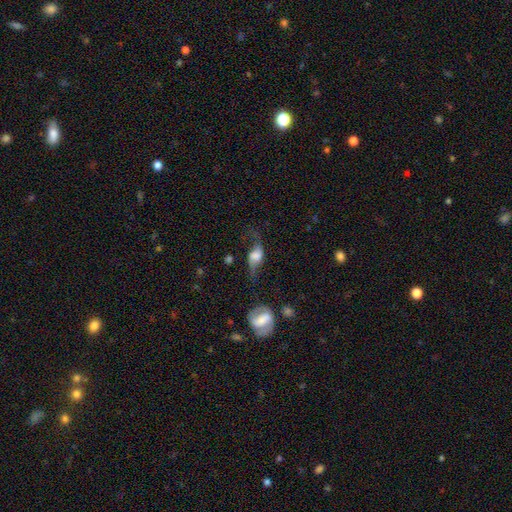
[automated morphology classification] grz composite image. It shows a featured or disk galaxy (63%) with no bar (44%), spiral arms (85%) and a large central bulge (34%). Merging: none (47%).